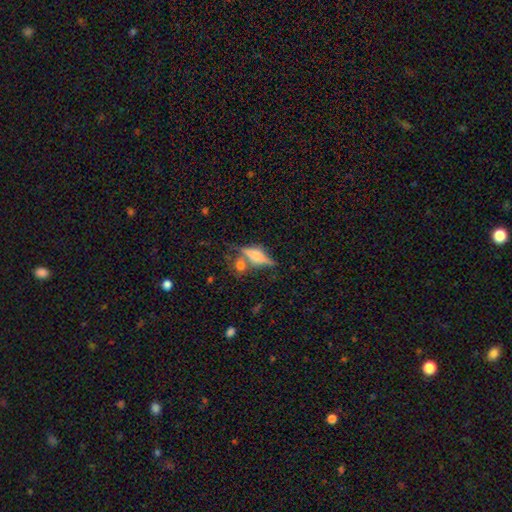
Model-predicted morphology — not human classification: type=featured or disk (52%); edge-on=yes (88%); merging=none (56%).